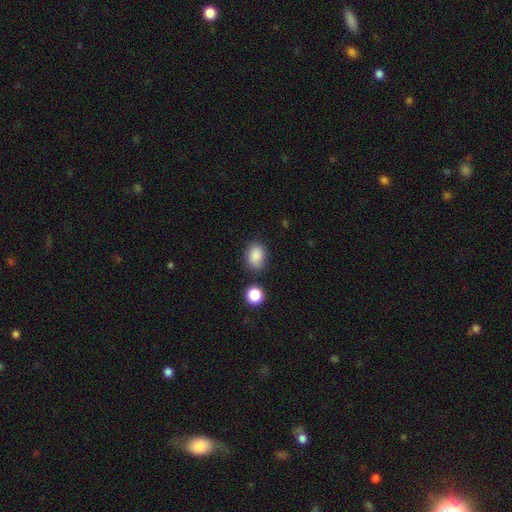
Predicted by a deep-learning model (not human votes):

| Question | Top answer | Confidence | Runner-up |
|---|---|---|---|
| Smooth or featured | smooth | 87% | star or artifact (9%) |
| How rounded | in between | 72% | round (27%) |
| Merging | none | 79% | minor disturbance (13%) |